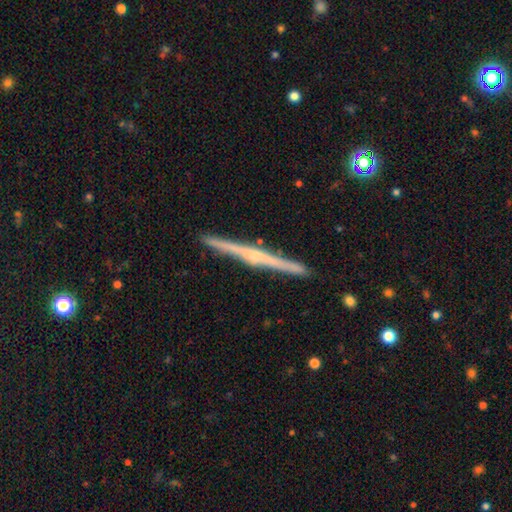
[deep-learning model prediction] Smooth or featured: featured or disk — 76% (smooth — 19%)
Edge-on disk: yes — 98% (no — 2%)
Edge-on bulge: rounded — 50% (none — 38%)
Merging: none — 92% (minor disturbance — 5%)